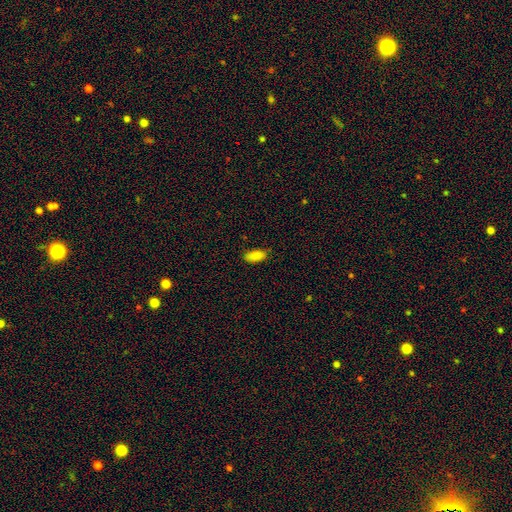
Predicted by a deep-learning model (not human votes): A smooth galaxy with no disk features (87%) that is in between round and cigar-shaped (91%). Merging: none (81%).